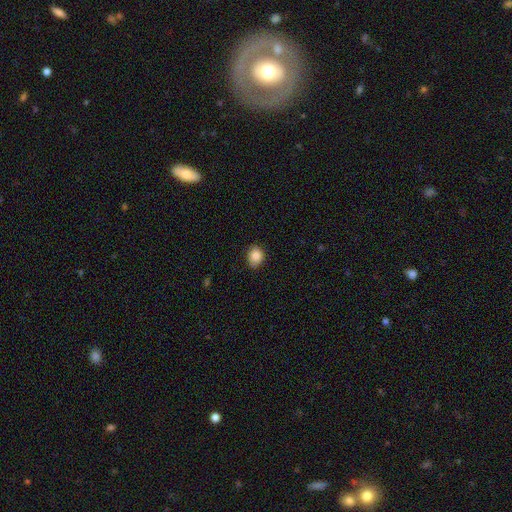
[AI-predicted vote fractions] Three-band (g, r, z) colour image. It shows a smooth galaxy with no disk features (86%) that is round (61%). Merging: none (74%).